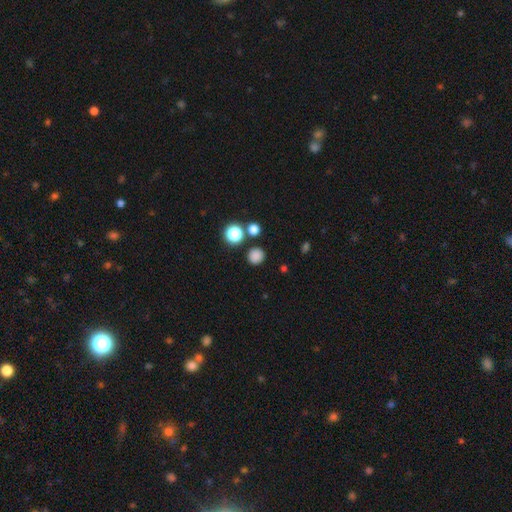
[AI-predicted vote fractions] smooth 81%, star or artifact 15%, featured or disk 4%. Down the decision tree: how rounded — round (90%); merging — none (84%).